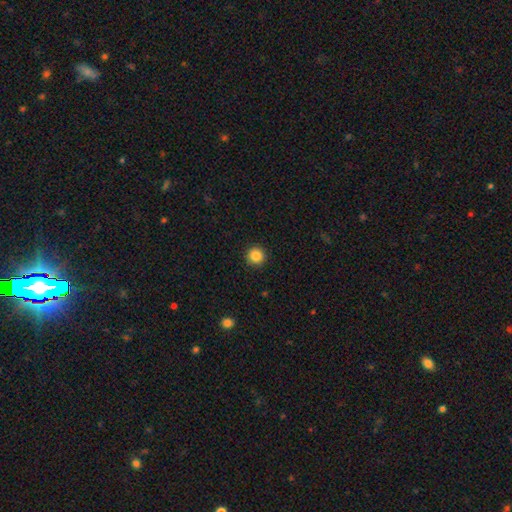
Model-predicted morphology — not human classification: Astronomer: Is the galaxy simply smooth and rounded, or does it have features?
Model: smooth — 86%.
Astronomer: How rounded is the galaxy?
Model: round — 96%.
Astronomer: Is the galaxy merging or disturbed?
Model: none — 93%.